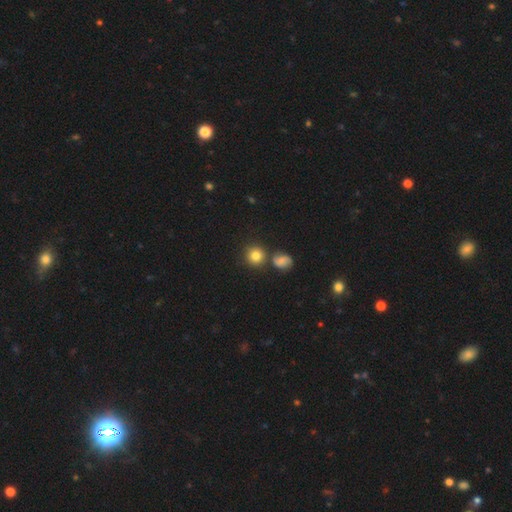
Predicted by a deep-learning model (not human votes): Smooth or featured? Predicted: smooth (p=0.80). How rounded? Predicted: round (p=0.90). Merging? Predicted: none (p=0.73).